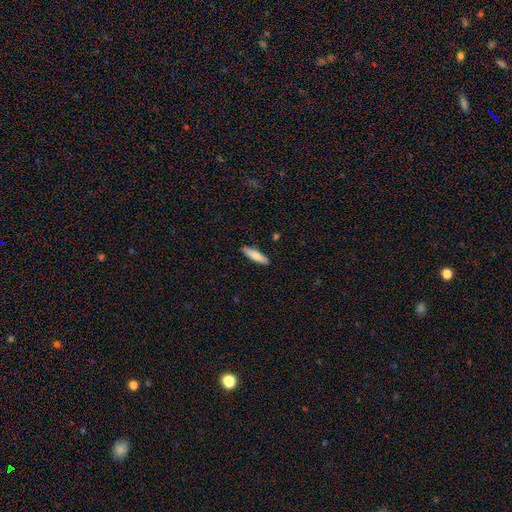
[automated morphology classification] smooth 80%, featured or disk 14%, star or artifact 6%. Down the decision tree: how rounded — cigar-shaped (73%); merging — none (89%).